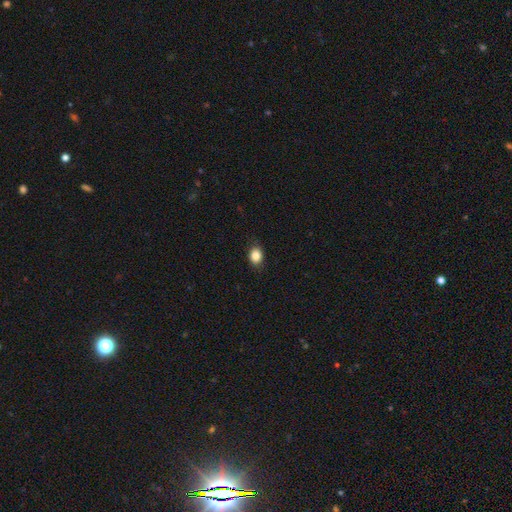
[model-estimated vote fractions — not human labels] This appears to be a smooth galaxy with no disk features (86%) that is in between round and cigar-shaped (54%). Merging: none (84%).